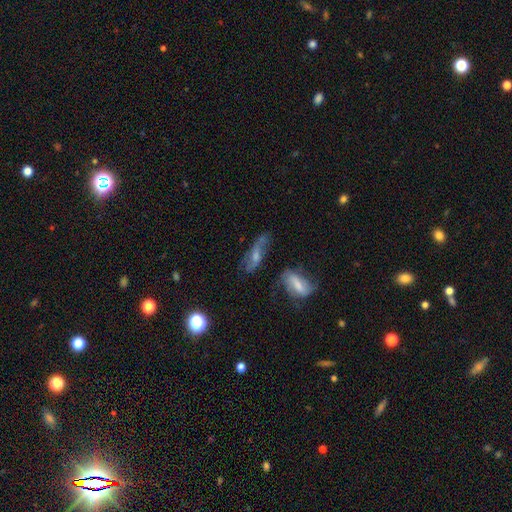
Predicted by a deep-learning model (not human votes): Q: Smooth or featured?
A: featured or disk (57%); runner-up: smooth (27%)
Q: Edge-on disk?
A: no (77%); runner-up: yes (23%)
Q: Merging?
A: none (58%); runner-up: minor disturbance (22%)